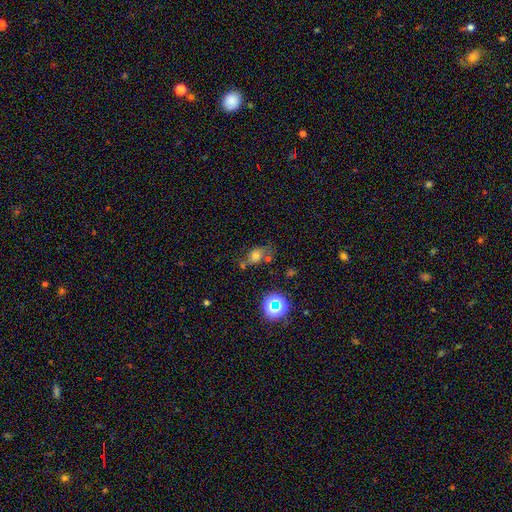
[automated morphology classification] Q: Smooth or featured?
A: smooth (65%); runner-up: star or artifact (20%)
Q: How rounded?
A: in between (64%); runner-up: round (33%)
Q: Merging?
A: none (53%); runner-up: minor disturbance (22%)